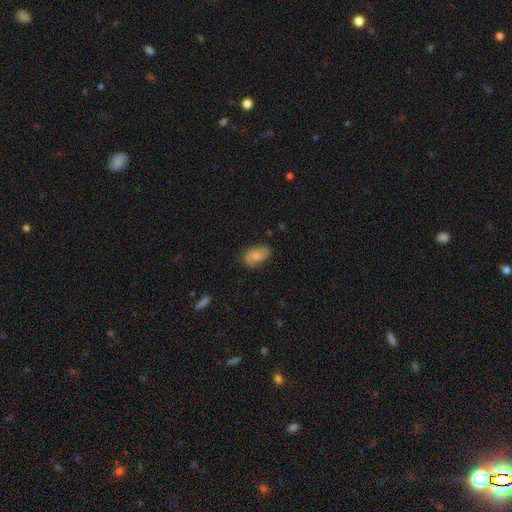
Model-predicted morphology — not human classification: This appears to be a smooth galaxy with no disk features (71%) that is in between round and cigar-shaped (89%). Merging: none (64%).